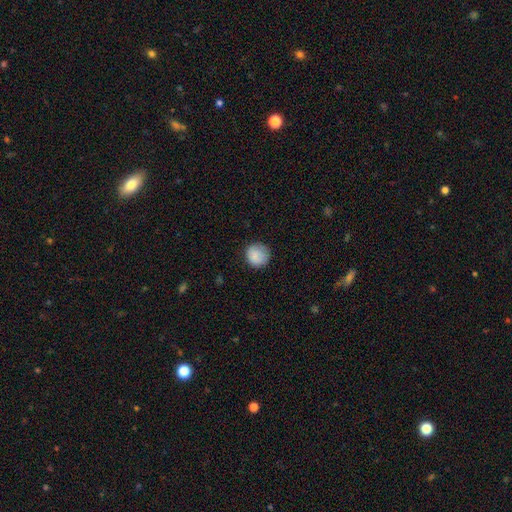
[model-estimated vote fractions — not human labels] This is clearly a smooth galaxy (87%). How rounded: clearly round (90%). Merging: clearly none (81%).